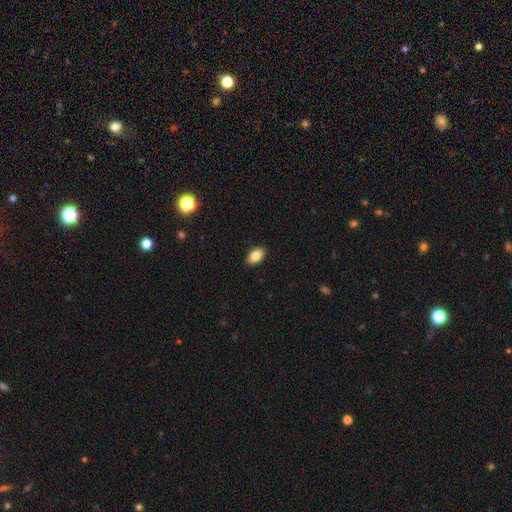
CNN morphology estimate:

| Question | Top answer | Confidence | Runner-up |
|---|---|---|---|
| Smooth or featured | smooth | 84% | featured or disk (8%) |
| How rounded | in between | 91% | round (7%) |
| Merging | none | 90% | minor disturbance (7%) |